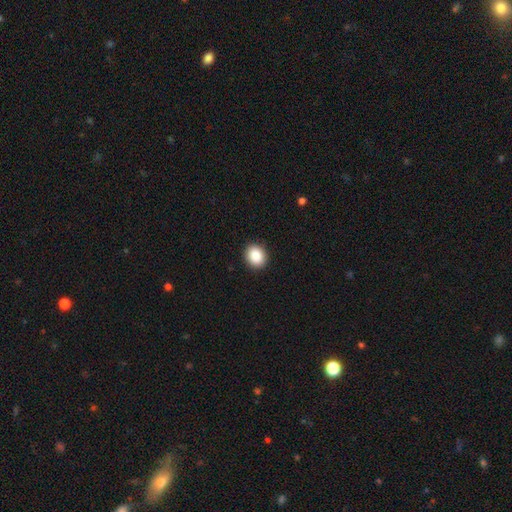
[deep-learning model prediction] A smooth galaxy with no disk features (89%) that is round (59%). Merging: none (91%).